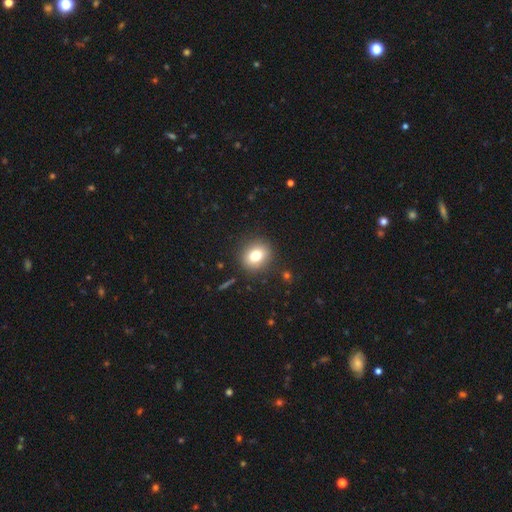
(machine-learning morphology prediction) The model was most divided on "how rounded": round: 73%, in between: 26%, cigar-shaped: 1%. More confident: merging — none (88%); smooth or featured — smooth (77%).